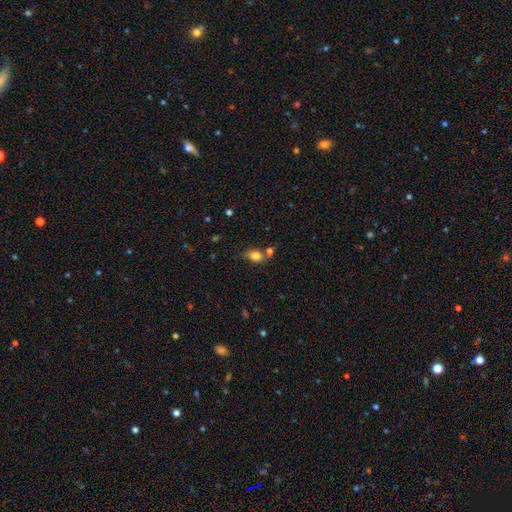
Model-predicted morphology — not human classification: A smooth galaxy with no disk features (80%) that is in between round and cigar-shaped (79%). Merging: none (52%).